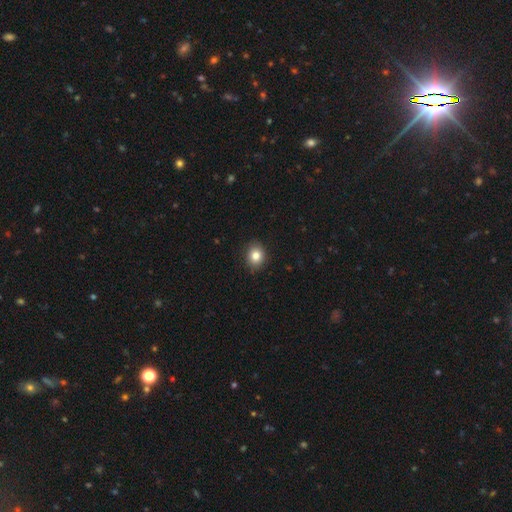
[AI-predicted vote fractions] This appears to be a smooth galaxy with no disk features (84%) that is round (61%). Merging: none (88%).